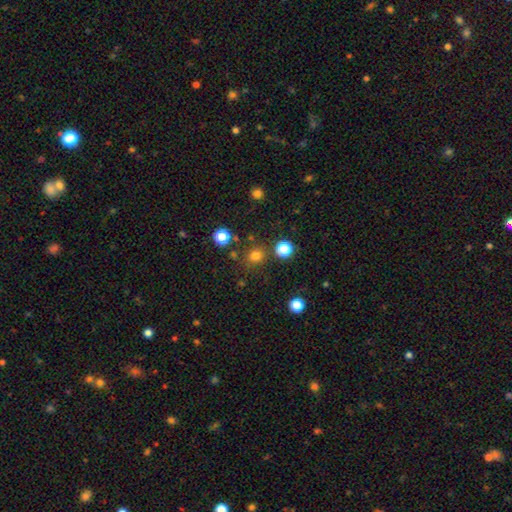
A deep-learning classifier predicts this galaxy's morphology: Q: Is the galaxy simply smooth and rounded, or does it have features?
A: smooth — 77%.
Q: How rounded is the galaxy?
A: round — 86%.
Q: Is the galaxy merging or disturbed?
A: none — 81%.